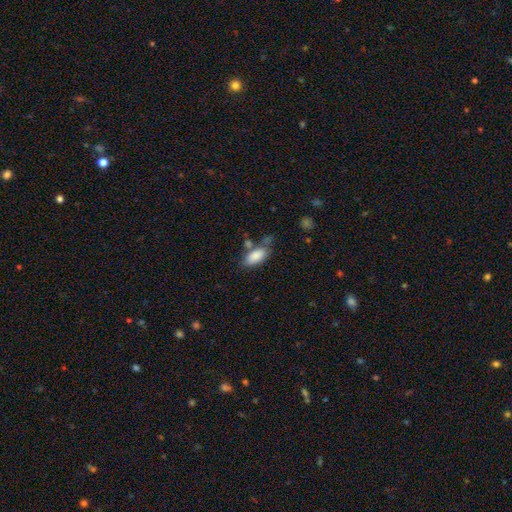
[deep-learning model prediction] This appears to be a smooth galaxy with no disk features (86%) that is in between round and cigar-shaped (89%). Merging: none (56%).